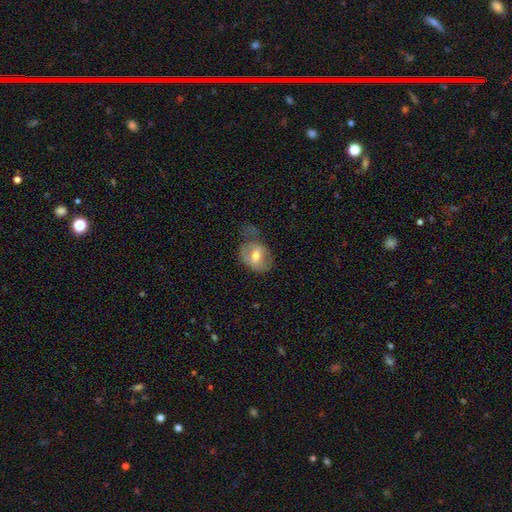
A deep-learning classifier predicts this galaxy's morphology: Smooth or featured: smooth — 50% (featured or disk — 42%)
How rounded: in between — 68% (round — 31%)
Merging: none — 39% (minor disturbance — 29%)